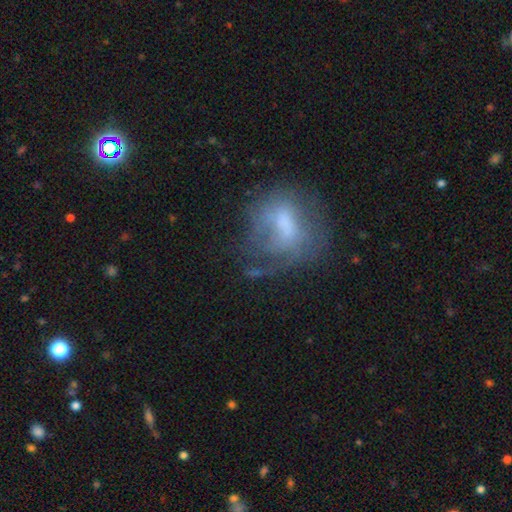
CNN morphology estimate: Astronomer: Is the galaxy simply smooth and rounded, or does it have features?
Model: smooth — 42% (runner-up: featured or disk, 37%).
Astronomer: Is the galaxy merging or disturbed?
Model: none — 58%.